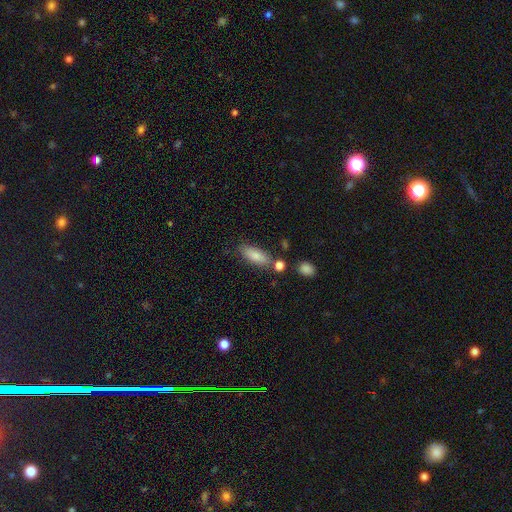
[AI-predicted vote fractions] This appears to be a smooth galaxy with no disk features (83%) that is in between round and cigar-shaped (70%). Merging: none (70%).